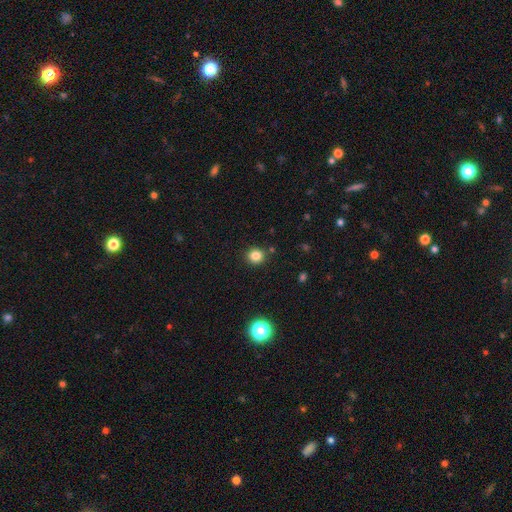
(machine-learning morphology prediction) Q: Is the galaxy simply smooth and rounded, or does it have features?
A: smooth — 83%.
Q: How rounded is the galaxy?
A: round — 89%.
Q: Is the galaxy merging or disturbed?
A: none — 88%.